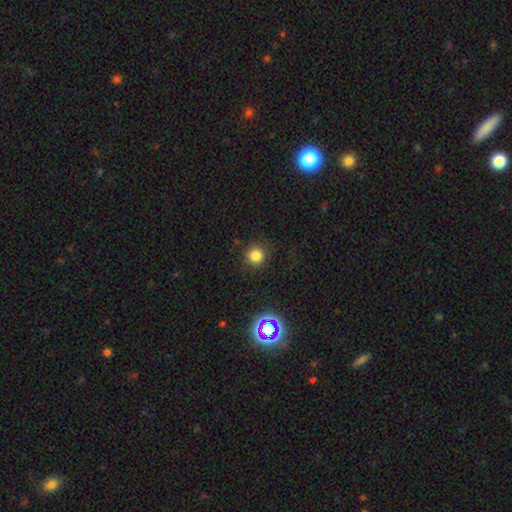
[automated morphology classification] Q: Smooth or featured?
A: smooth (80%); runner-up: star or artifact (15%)
Q: How rounded?
A: round (94%); runner-up: in between (5%)
Q: Merging?
A: none (88%); runner-up: minor disturbance (8%)